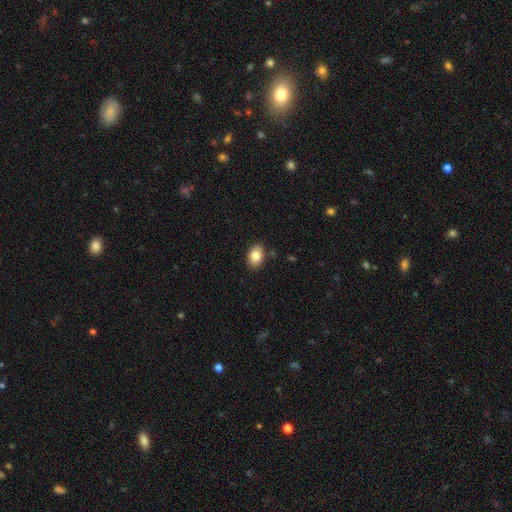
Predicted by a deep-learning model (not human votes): Smooth or featured? smooth (83%)
How rounded? in between (81%)
Merging? none (87%)